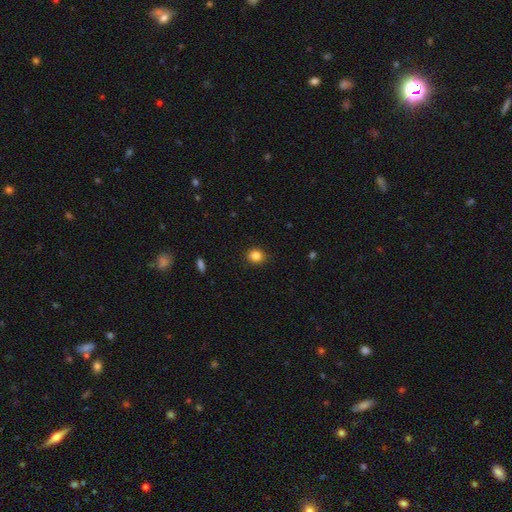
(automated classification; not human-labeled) Q: Smooth or featured?
A: smooth (85%); runner-up: star or artifact (11%)
Q: How rounded?
A: round (74%); runner-up: in between (25%)
Q: Merging?
A: none (90%); runner-up: minor disturbance (7%)